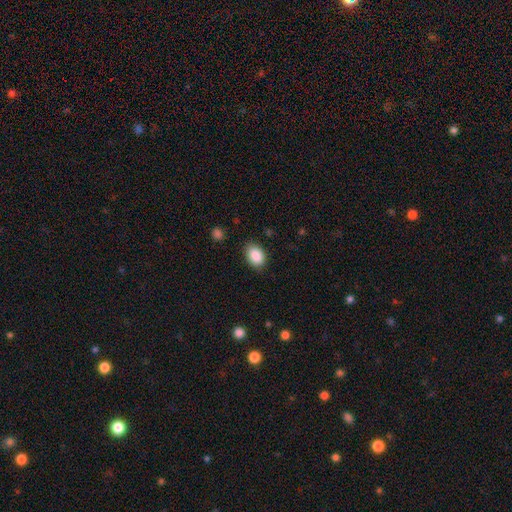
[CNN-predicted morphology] A smooth galaxy with no disk features (89%) that is in between round and cigar-shaped (83%). Merging: none (85%).